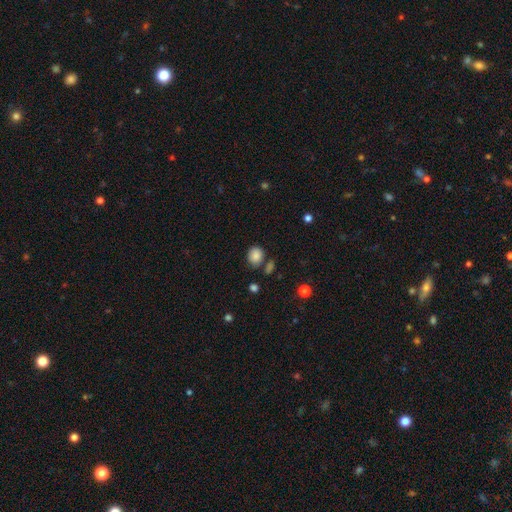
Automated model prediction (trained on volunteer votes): smooth-or-featured: smooth: 84% | star or artifact: 10% | featured or disk: 5%
  how-rounded: round: 65% | in between: 34% | cigar-shaped: 1%
  merging: none: 73% | minor disturbance: 14% | merger: 9% | major disturbance: 4%